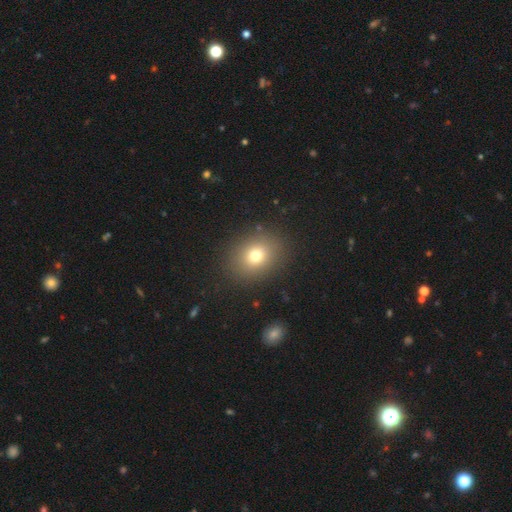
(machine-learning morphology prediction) The model was most divided on "how rounded": round: 58%, in between: 41%, cigar-shaped: 1%. More confident: merging — none (87%); smooth or featured — smooth (74%).